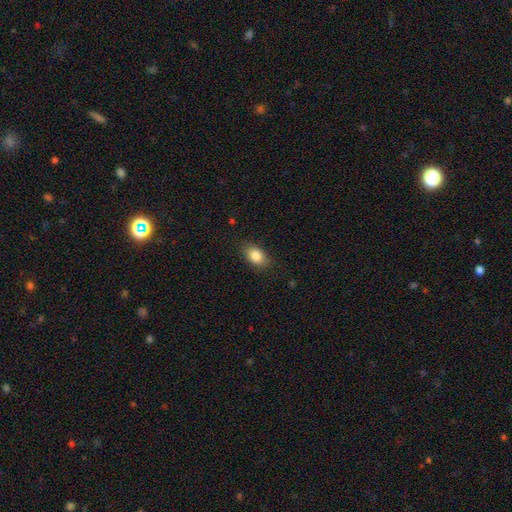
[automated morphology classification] This is clearly a smooth galaxy (85%). How rounded: clearly in between (86%). Merging: clearly none (84%).